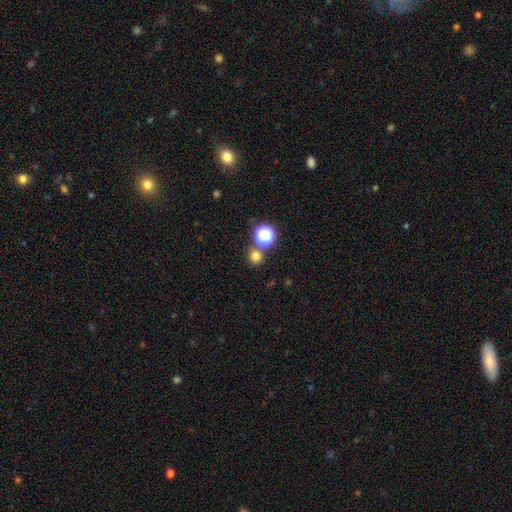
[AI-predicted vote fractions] This appears to be a smooth galaxy with no disk features (73%) that is round (86%). Merging: none (71%).